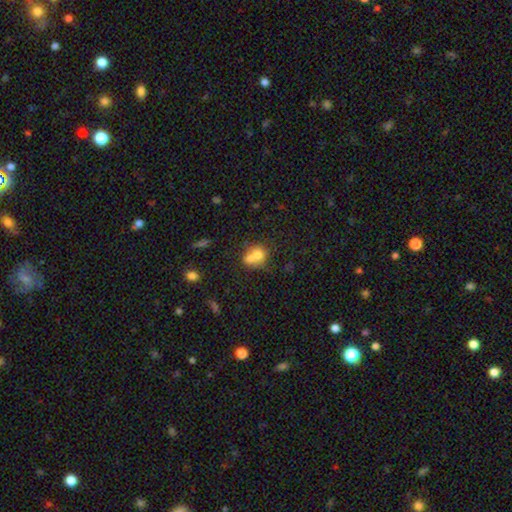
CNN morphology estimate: This appears to be a smooth galaxy with no disk features (68%) that is round (67%). Merging: merger (61%).